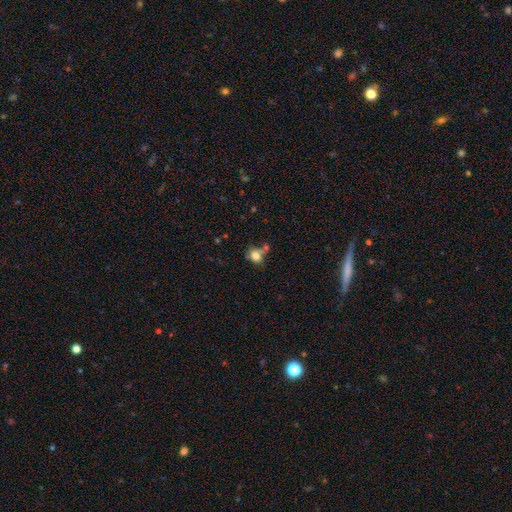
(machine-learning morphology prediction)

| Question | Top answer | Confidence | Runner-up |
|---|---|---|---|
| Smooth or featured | smooth | 78% | star or artifact (12%) |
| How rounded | round | 67% | in between (32%) |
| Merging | none | 49% | merger (25%) |